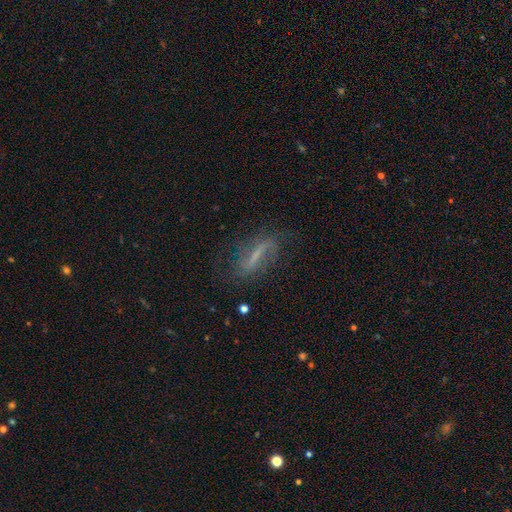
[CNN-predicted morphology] smooth-or-featured: featured or disk: 66% | smooth: 23% | star or artifact: 11%
  disk-edge-on: no: 77% | yes: 23%
    bar: strong: 52% | weak: 32% | no: 16%
    has-spiral-arms: yes: 79% | no: 21%
    bulge-size: none: 44% | small: 36% | moderate: 16% | large: 3% | dominant: 1%
  merging: none: 68% | minor disturbance: 19% | major disturbance: 11% | merger: 2%